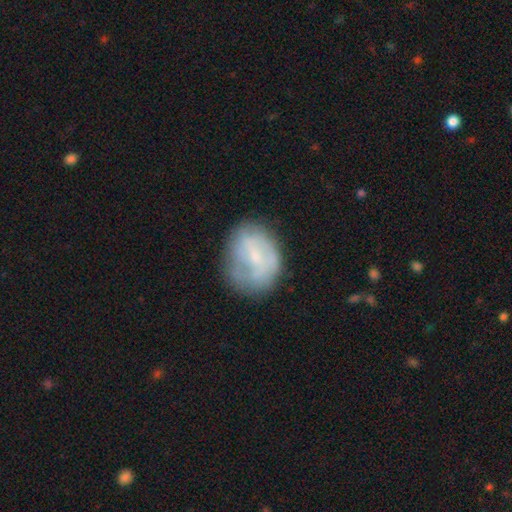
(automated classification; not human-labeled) smooth_or_featured: smooth (p=0.48) [alt: featured or disk p=0.44]
merging: none (p=0.61) [alt: minor disturbance p=0.24]